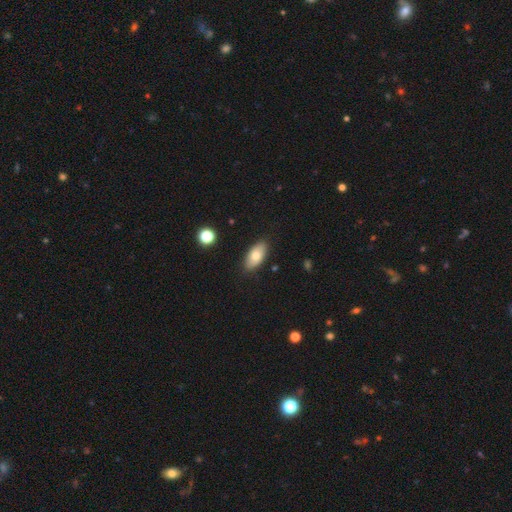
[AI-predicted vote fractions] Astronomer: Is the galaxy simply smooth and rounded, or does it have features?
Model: smooth — 75%.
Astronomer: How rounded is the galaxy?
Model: in between — 91%.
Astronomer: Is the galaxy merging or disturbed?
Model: none — 87%.